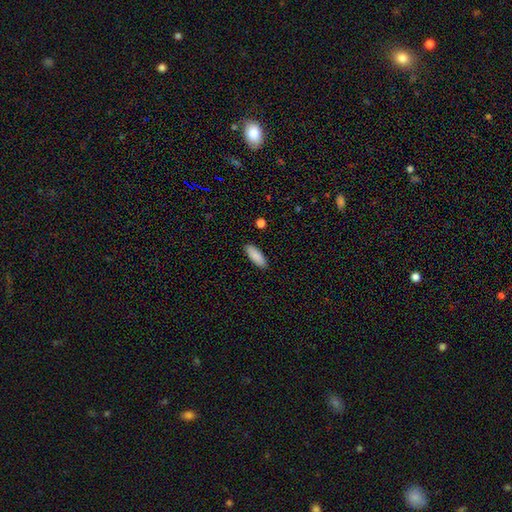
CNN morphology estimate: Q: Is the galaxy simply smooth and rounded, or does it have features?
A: smooth — 89%.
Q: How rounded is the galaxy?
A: in between — 68%.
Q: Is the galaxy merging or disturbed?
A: none — 90%.